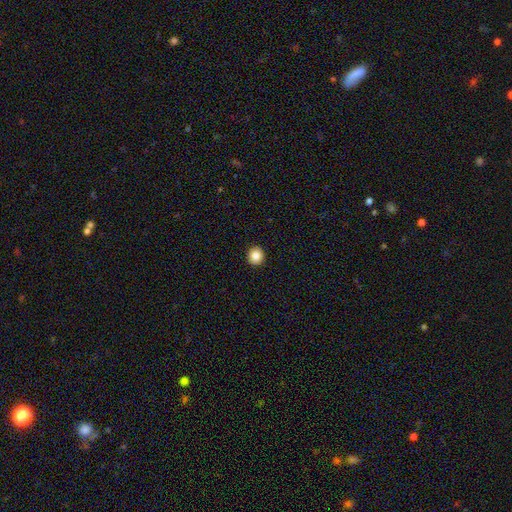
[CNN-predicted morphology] Overall: smooth (85%). How rounded: round (92%). Merging: none (94%).